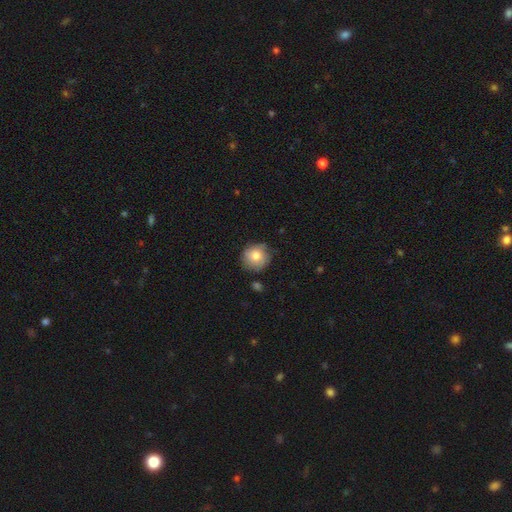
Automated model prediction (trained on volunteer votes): Q: Smooth or featured?
A: smooth (75%); runner-up: featured or disk (18%)
Q: How rounded?
A: round (89%); runner-up: in between (10%)
Q: Merging?
A: none (71%); runner-up: minor disturbance (22%)